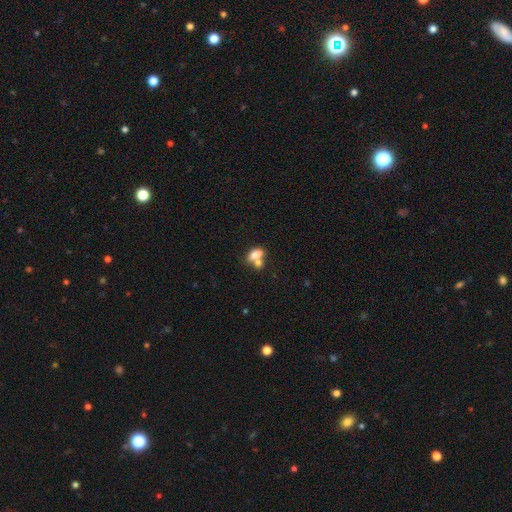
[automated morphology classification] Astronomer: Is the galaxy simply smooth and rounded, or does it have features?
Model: smooth — 76%.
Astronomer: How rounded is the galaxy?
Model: in between — 83%.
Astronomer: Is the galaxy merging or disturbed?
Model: merger — 57%.